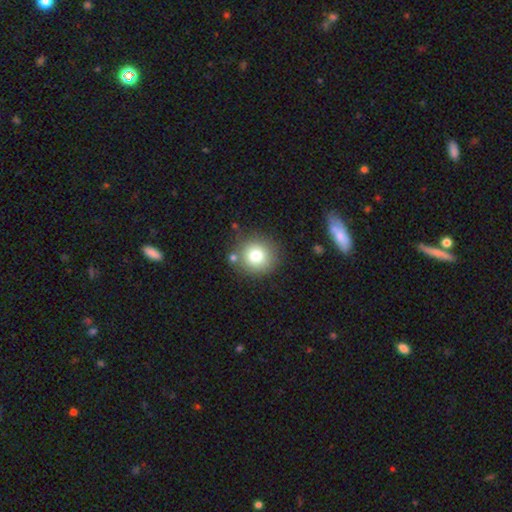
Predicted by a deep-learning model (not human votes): Smooth or featured? Predicted: smooth (p=0.78). How rounded? Predicted: round (p=0.92). Merging? Predicted: none (p=0.80).